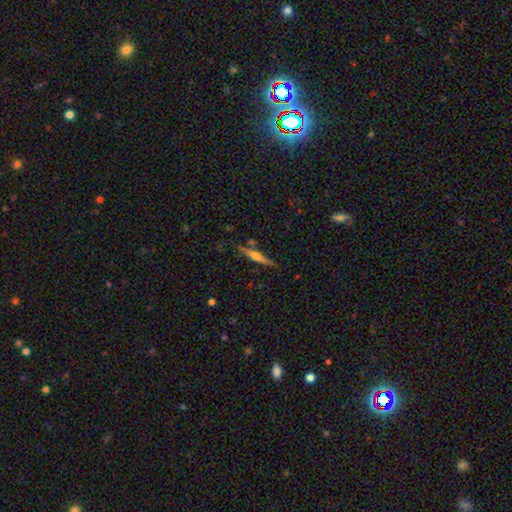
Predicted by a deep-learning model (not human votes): Smooth or featured? Predicted: featured or disk (p=0.65). Edge-on disk? Predicted: yes (p=0.97). Edge-on bulge? Predicted: rounded (p=0.84). Merging? Predicted: none (p=0.84).